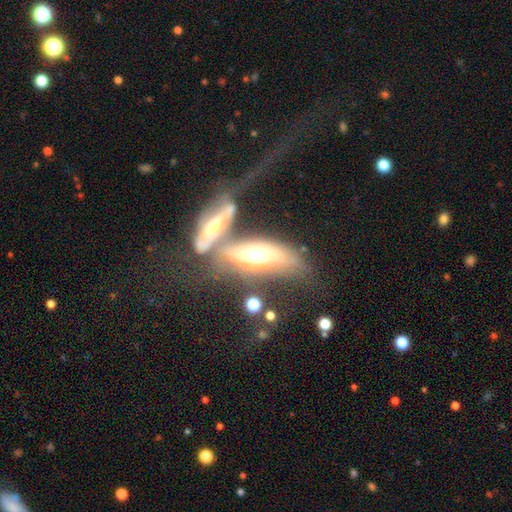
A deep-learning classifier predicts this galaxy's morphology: smooth-or-featured: featured or disk: 60% | smooth: 32% | star or artifact: 8%
  disk-edge-on: no: 50% (tied) | yes: 50% (tied)
  merging: merger: 55% | none: 20% | major disturbance: 14% | minor disturbance: 11%